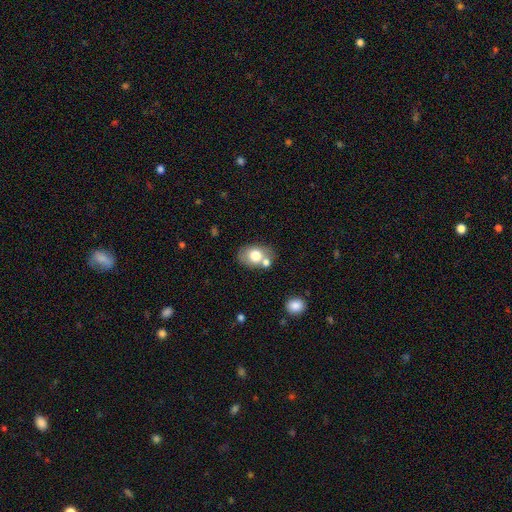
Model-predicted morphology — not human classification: Smooth or featured?
  - smooth: 73% *
  - featured or disk: 19%
  - star or artifact: 9%
How rounded?
  - in between: 69% *
  - round: 30%
  - cigar-shaped: 1%
Merging?
  - none: 56% *
  - merger: 24%
  - minor disturbance: 16%
  - major disturbance: 5%